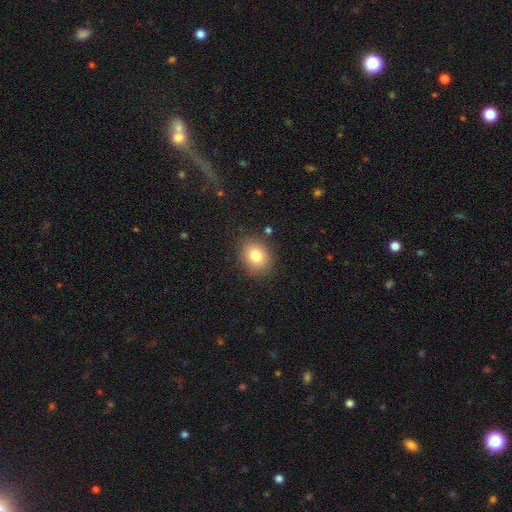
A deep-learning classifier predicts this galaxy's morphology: A smooth galaxy with no disk features (81%) that is round (53%).

Vote fractions:
- Smooth or featured? smooth: 81% / star or artifact: 10% / featured or disk: 9%
- How rounded? round: 53% / in between: 46% / cigar-shaped: 1%
- Merging? none: 85% / minor disturbance: 10% / major disturbance: 3% / merger: 2%